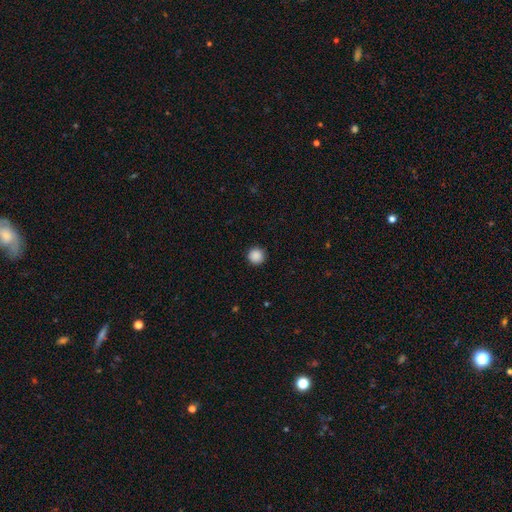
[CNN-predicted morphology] The model was most divided on "smooth or featured": smooth: 88%, star or artifact: 10%, featured or disk: 2%. More confident: how rounded — round (96%); merging — none (93%).